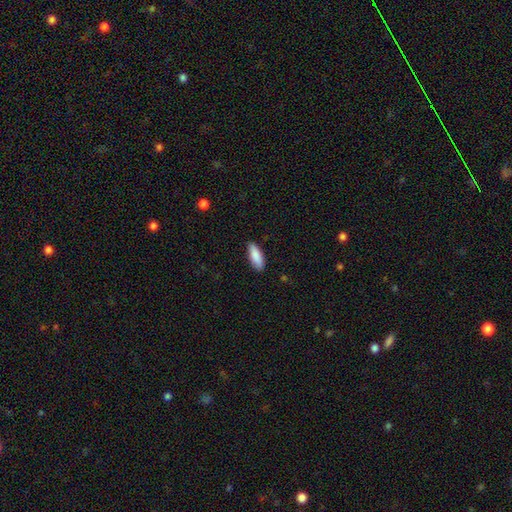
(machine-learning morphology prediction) This appears to be a smooth galaxy with no disk features (88%) that is in between round and cigar-shaped (67%). Merging: none (87%).